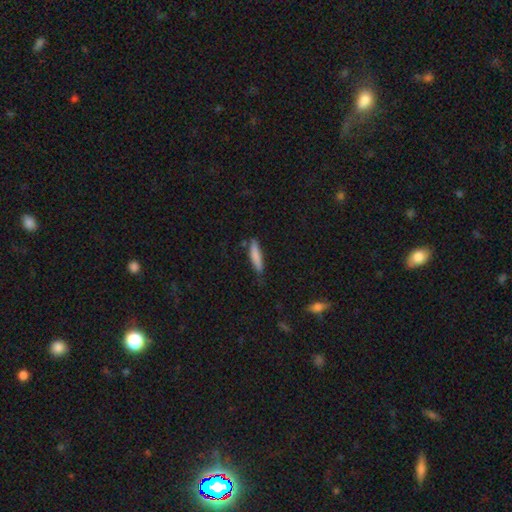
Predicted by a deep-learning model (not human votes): Smooth or featured?
  - smooth: 82% *
  - featured or disk: 12%
  - star or artifact: 6%
How rounded?
  - cigar-shaped: 82% *
  - in between: 17%
  - round: 1%
Merging?
  - none: 73% *
  - minor disturbance: 21%
  - major disturbance: 4%
  - merger: 3%